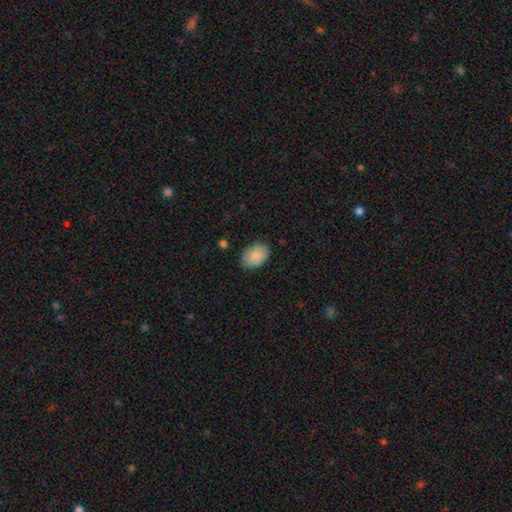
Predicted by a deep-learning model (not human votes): A smooth galaxy with no disk features (88%) that is in between round and cigar-shaped (85%). Merging: none (83%).